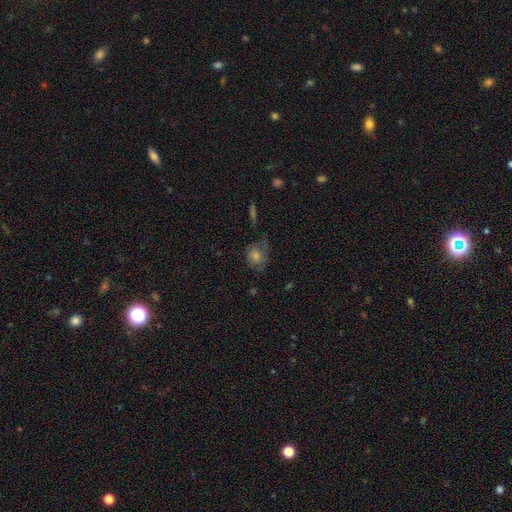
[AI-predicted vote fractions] Smooth or featured?
  - smooth: 54% *
  - featured or disk: 28%
  - star or artifact: 17%
How rounded?
  - round: 70% *
  - in between: 29%
  - cigar-shaped: 1%
Merging?
  - none: 62% *
  - minor disturbance: 23%
  - major disturbance: 12%
  - merger: 3%